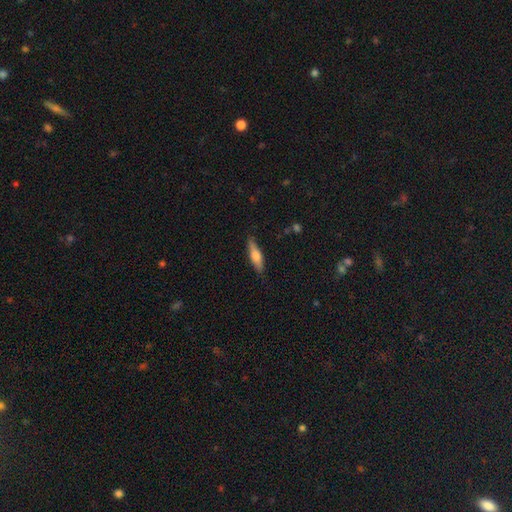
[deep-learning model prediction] Smooth or featured? Predicted: smooth (p=0.58). How rounded? Predicted: cigar-shaped (p=0.67). Merging? Predicted: none (p=0.85).